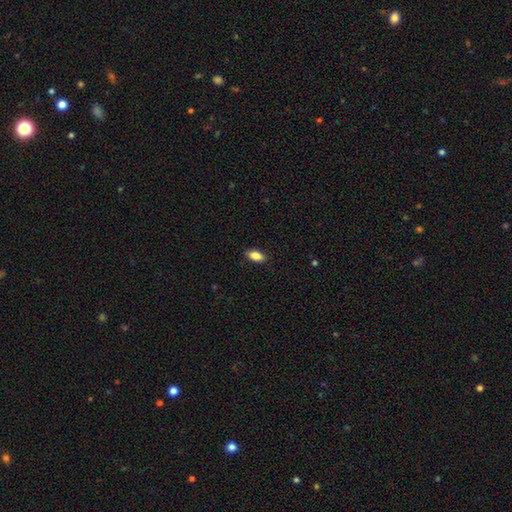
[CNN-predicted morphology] Smooth or featured: smooth — 86% (star or artifact — 7%)
How rounded: in between — 91% (cigar-shaped — 6%)
Merging: none — 88% (minor disturbance — 9%)